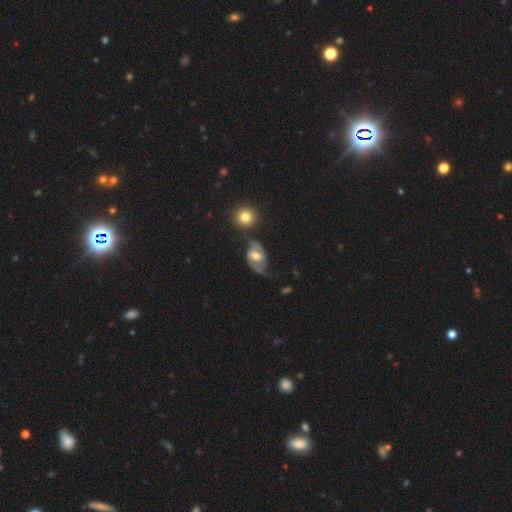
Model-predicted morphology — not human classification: Overall: featured or disk (69%). Edge-on disk: no (95%). Bar: weak (46%; no 33%). Spiral arms: yes (82%). Spiral arm count: 2 (87%). Spiral winding: loose (43%; medium 41%). Bulge size: moderate (69%). Merging: none (50%; minor disturbance 23%).